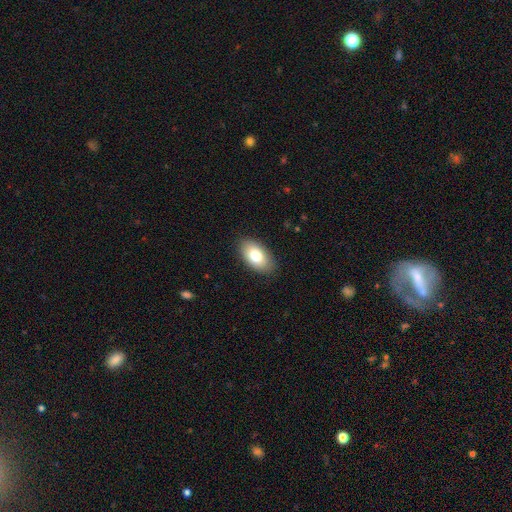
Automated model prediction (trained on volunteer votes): A smooth galaxy with no disk features (79%) that is in between round and cigar-shaped (94%).

Vote fractions:
- Smooth or featured? smooth: 79% / featured or disk: 14% / star or artifact: 7%
- How rounded? in between: 94% / round: 4% / cigar-shaped: 2%
- Merging? none: 87% / minor disturbance: 9% / major disturbance: 2% / merger: 1%